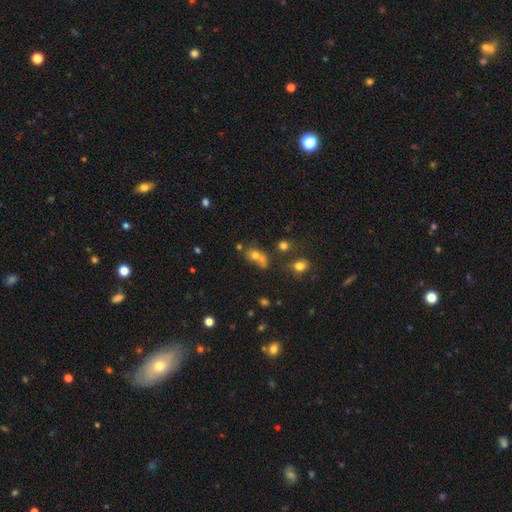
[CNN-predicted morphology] Smooth or featured? smooth (67%)
How rounded? round (49%)
Merging? merger (43%)